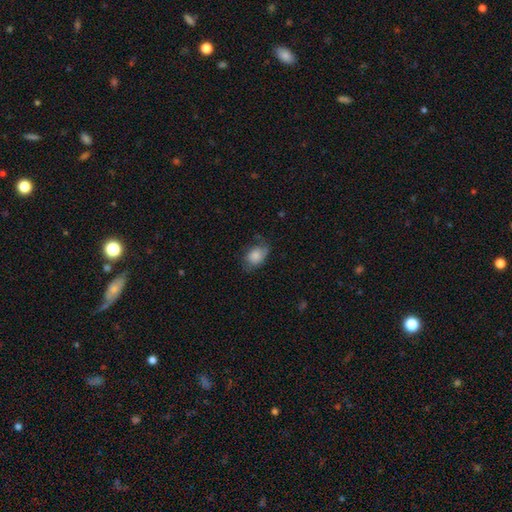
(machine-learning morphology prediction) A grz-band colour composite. It shows a smooth galaxy with no disk features (74%) that is in between round and cigar-shaped (75%). Merging: none (52%).